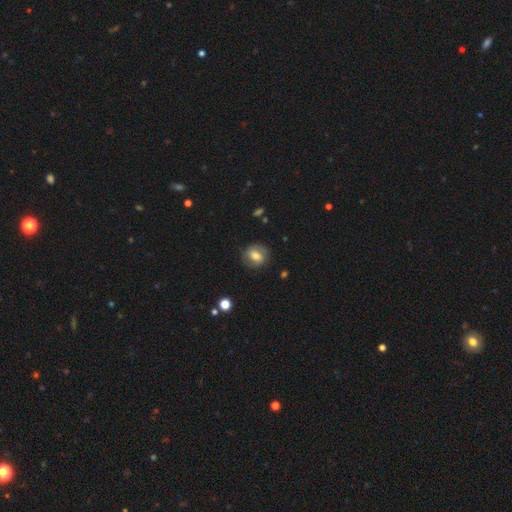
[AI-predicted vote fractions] smooth-or-featured: smooth: 58% | featured or disk: 34% | star or artifact: 9%
  how-rounded: round: 65% | in between: 33% | cigar-shaped: 1%
  merging: none: 79% | minor disturbance: 14% | major disturbance: 5% | merger: 1%